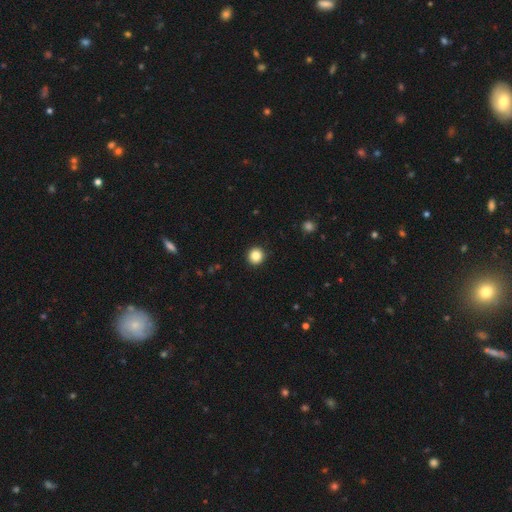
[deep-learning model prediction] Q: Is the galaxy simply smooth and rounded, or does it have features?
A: smooth — 86%.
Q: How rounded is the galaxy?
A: round — 94%.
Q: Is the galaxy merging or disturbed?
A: none — 93%.